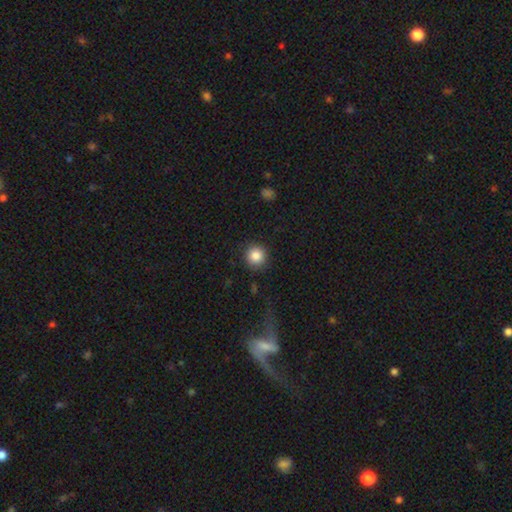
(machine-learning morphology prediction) Q: Smooth or featured?
A: smooth (86%); runner-up: star or artifact (9%)
Q: How rounded?
A: round (94%); runner-up: in between (5%)
Q: Merging?
A: none (87%); runner-up: minor disturbance (8%)